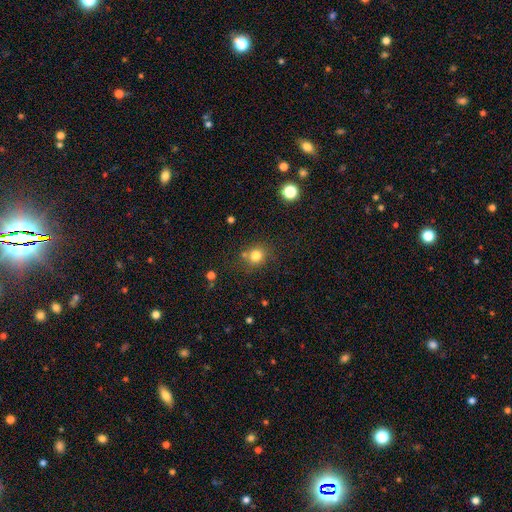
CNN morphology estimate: smooth-or-featured: smooth: 79% | star or artifact: 14% | featured or disk: 7%
  how-rounded: round: 81% | in between: 18% | cigar-shaped: 1%
  merging: none: 71% | minor disturbance: 13% | merger: 11% | major disturbance: 5%